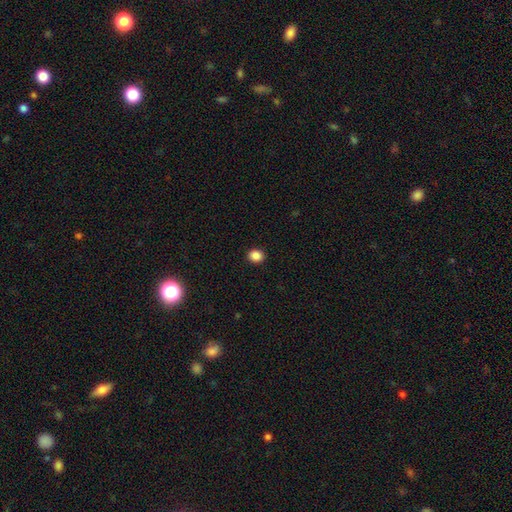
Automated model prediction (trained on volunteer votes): Smooth or featured? Predicted: smooth (p=0.86). How rounded? Predicted: round (p=0.73). Merging? Predicted: none (p=0.92).